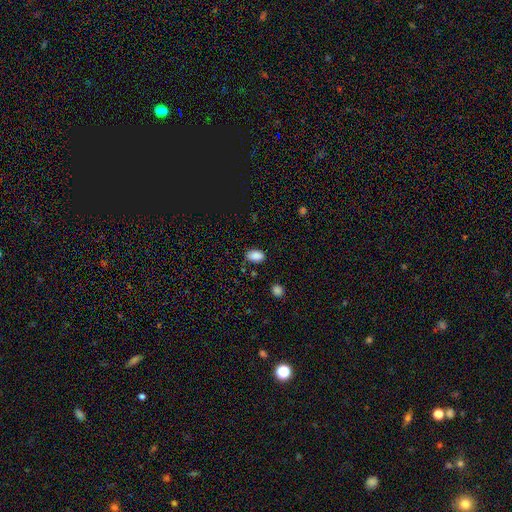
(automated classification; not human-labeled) A smooth galaxy with no disk features (87%) that is in between round and cigar-shaped (89%).

Vote fractions:
- Smooth or featured? smooth: 87% / star or artifact: 9% / featured or disk: 3%
- How rounded? in between: 89% / round: 9% / cigar-shaped: 2%
- Merging? none: 81% / minor disturbance: 14% / major disturbance: 3% / merger: 2%